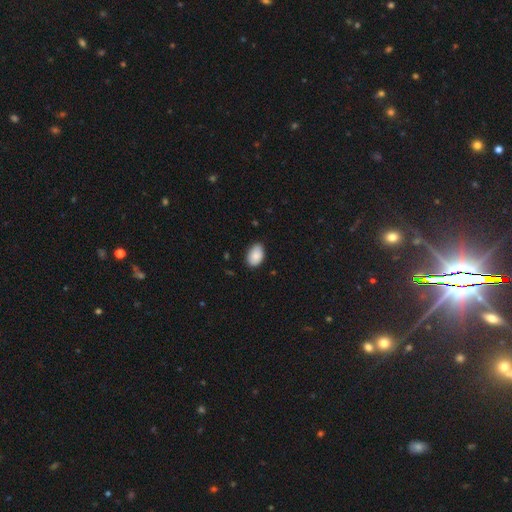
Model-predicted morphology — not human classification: The model was most divided on "merging": none: 77%, minor disturbance: 19%, major disturbance: 2%, merger: 1%. More confident: how rounded — in between (89%); smooth or featured — smooth (87%).